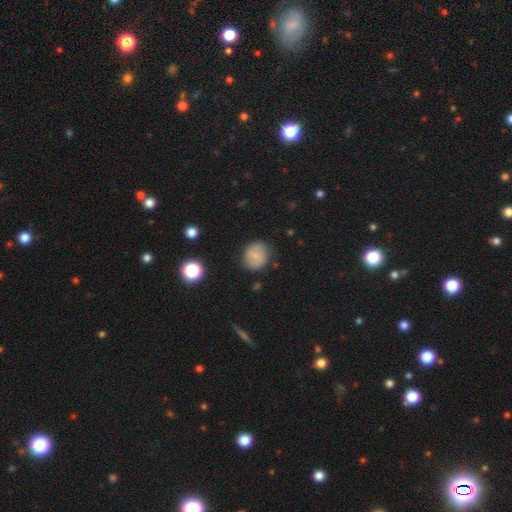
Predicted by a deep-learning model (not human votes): smooth-or-featured: smooth: 68% | featured or disk: 22% | star or artifact: 10%
  how-rounded: round: 79% | in between: 20% | cigar-shaped: 1%
  merging: none: 83% | minor disturbance: 12% | major disturbance: 3% | merger: 2%